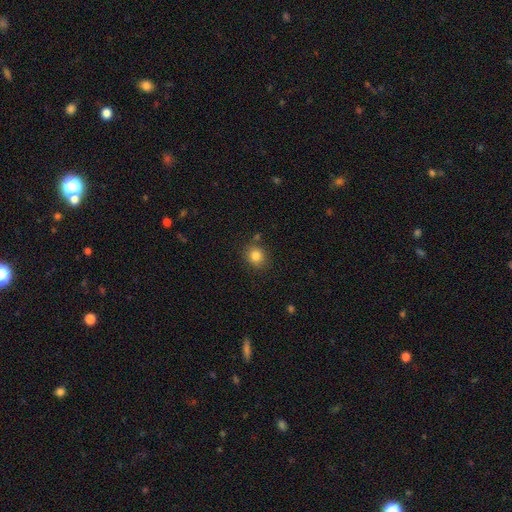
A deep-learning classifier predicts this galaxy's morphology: Smooth or featured? Predicted: smooth (p=0.83). How rounded? Predicted: round (p=0.79). Merging? Predicted: none (p=0.82).